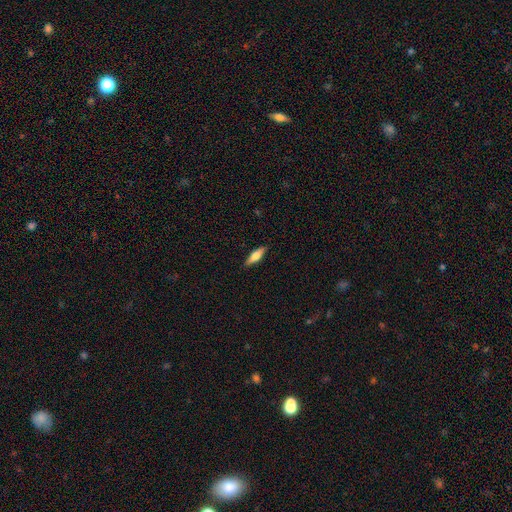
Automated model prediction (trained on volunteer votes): Q: Smooth or featured?
A: smooth (64%); runner-up: featured or disk (30%)
Q: How rounded?
A: cigar-shaped (55%); runner-up: in between (43%)
Q: Merging?
A: none (88%); runner-up: minor disturbance (9%)